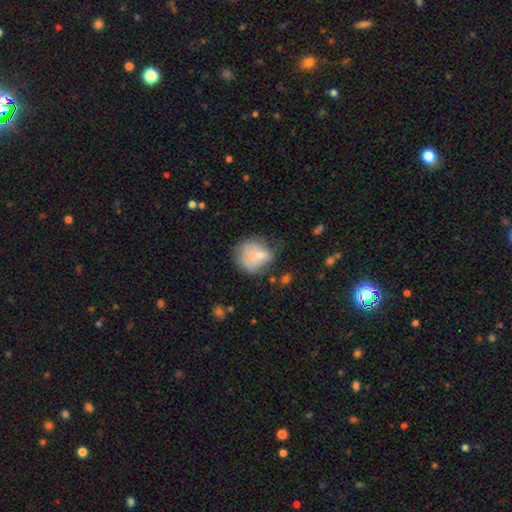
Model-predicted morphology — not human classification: Smooth or featured? Predicted: smooth (p=0.66). How rounded? Predicted: round (p=0.66). Merging? Predicted: none (p=0.41).